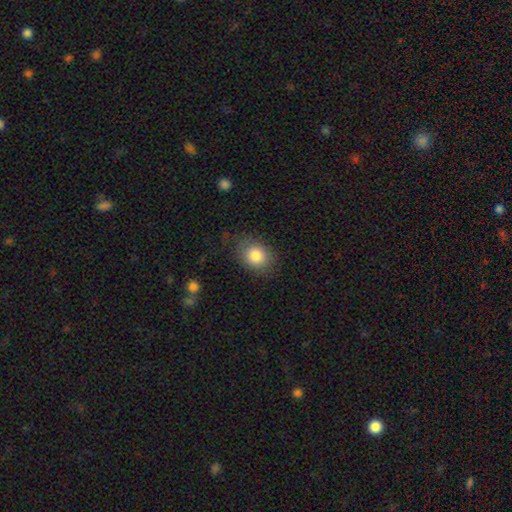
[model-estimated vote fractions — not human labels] A smooth galaxy with no disk features (84%) that is in between round and cigar-shaped (52%). Merging: none (74%).